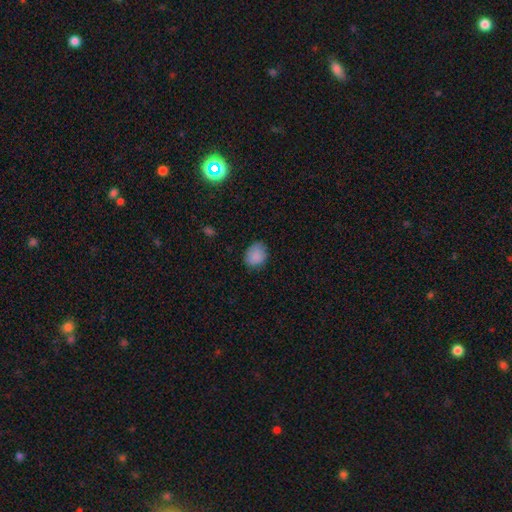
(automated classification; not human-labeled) Overall: smooth (86%). How rounded: round (58%; in between 41%). Merging: none (75%).